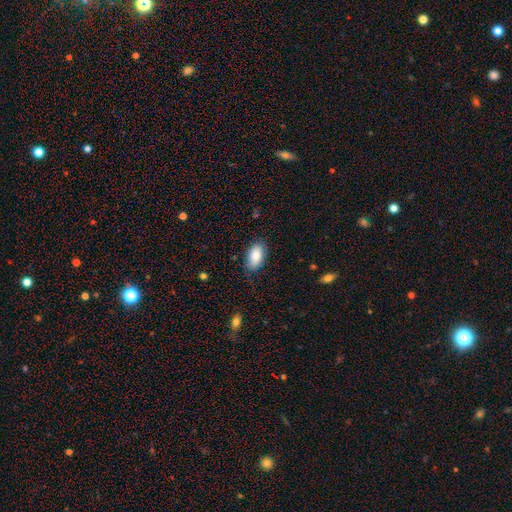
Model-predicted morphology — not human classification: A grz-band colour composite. It shows a smooth galaxy with no disk features (83%) that is in between round and cigar-shaped (93%). Merging: none (76%).